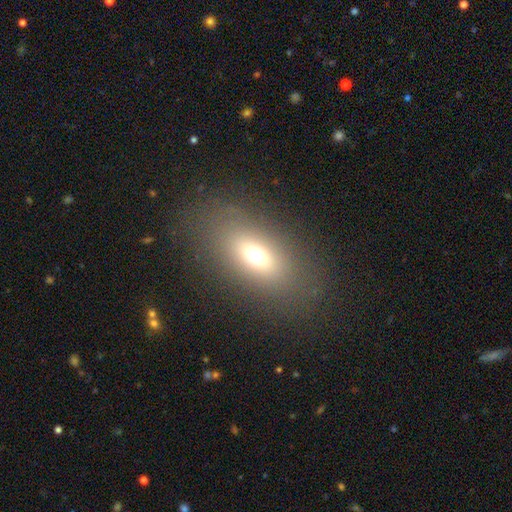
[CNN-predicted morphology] Smooth or featured?
  - smooth: 64% *
  - featured or disk: 21%
  - star or artifact: 15%
How rounded?
  - in between: 79% *
  - round: 12%
  - cigar-shaped: 9%
Merging?
  - none: 80% *
  - minor disturbance: 11%
  - major disturbance: 8%
  - merger: 1%